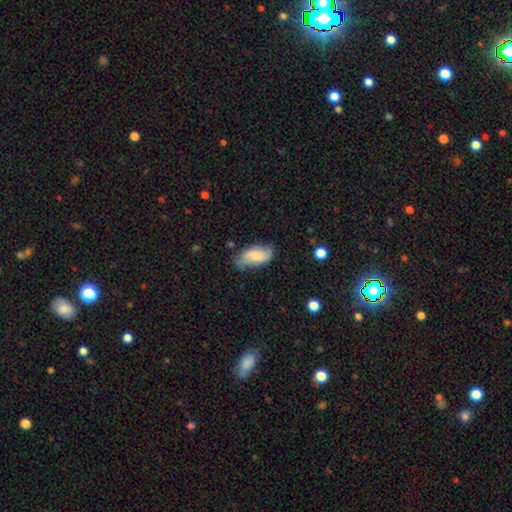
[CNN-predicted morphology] smooth-or-featured: smooth: 51% | featured or disk: 42% | star or artifact: 7%
  how-rounded: in between: 93% | cigar-shaped: 4% | round: 3%
  merging: none: 59% | minor disturbance: 30% | major disturbance: 9% | merger: 2%